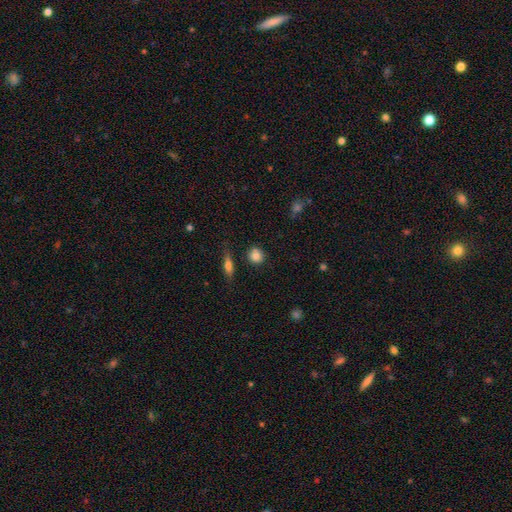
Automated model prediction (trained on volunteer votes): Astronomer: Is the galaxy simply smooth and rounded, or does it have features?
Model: smooth — 84%.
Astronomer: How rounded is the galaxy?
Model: round — 84%.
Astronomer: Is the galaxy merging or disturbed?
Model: none — 84%.